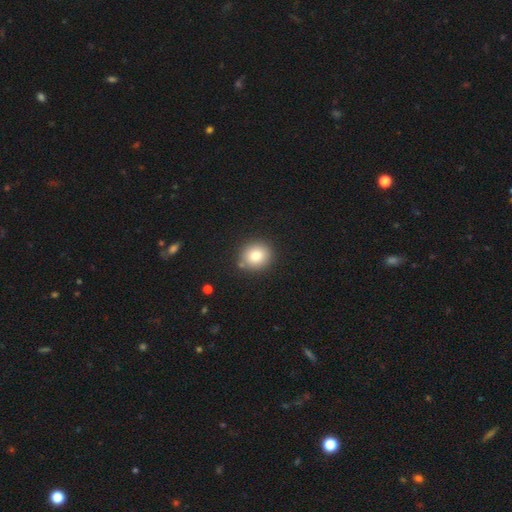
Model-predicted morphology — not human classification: type=smooth (82%); roundness=round (78%); merging=none (85%).